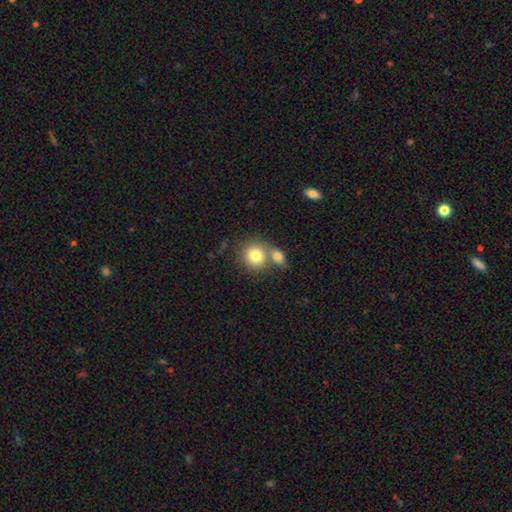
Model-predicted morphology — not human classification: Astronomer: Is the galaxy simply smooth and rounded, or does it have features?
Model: smooth — 79%.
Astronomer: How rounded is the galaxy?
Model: round — 84%.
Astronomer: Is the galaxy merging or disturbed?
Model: none — 45% (runner-up: merger, 44%).